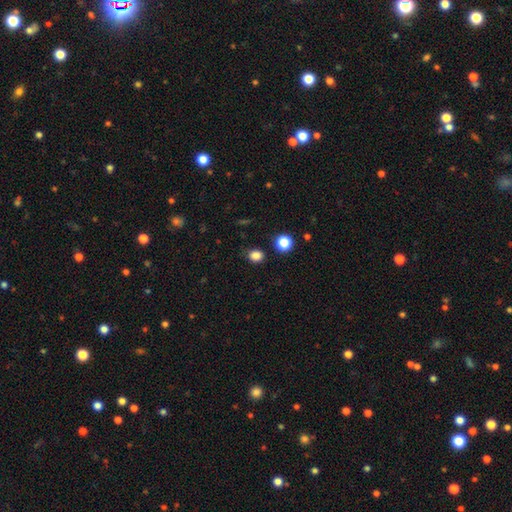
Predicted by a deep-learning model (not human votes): This appears to be a smooth galaxy with no disk features (83%) that is round (65%). Merging: none (83%).